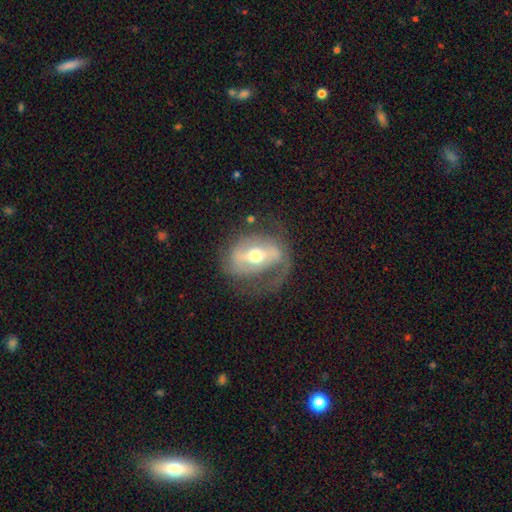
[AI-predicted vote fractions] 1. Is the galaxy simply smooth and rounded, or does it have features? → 76% featured or disk, 18% smooth, 6% star or artifact.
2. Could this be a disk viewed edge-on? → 93% no, 7% yes.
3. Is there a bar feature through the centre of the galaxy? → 54% strong, 30% weak, 17% no.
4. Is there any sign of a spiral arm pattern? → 72% yes, 28% no.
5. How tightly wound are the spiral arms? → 41% medium, 29% tight, 29% loose.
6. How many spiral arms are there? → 61% 2, 21% 1, 14% can't tell, 2% 3, 1% 4, 1% more than 4.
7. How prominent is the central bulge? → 69% moderate, 23% small, 6% large, 1% dominant, 1% none.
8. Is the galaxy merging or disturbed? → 52% none, 24% major disturbance, 22% minor disturbance, 2% merger.